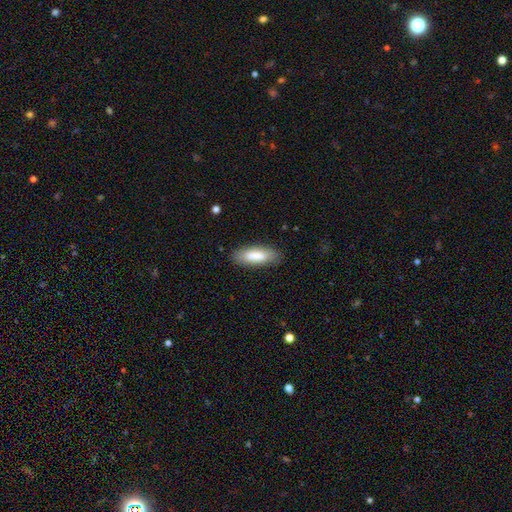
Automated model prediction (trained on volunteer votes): Smooth or featured? Predicted: smooth (p=0.81). How rounded? Predicted: in between (p=0.62). Merging? Predicted: none (p=0.85).